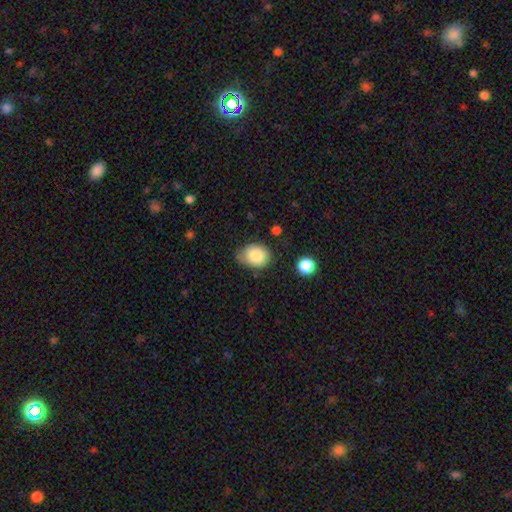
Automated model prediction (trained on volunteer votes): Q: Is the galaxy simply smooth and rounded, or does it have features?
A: smooth — 83%.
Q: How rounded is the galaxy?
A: in between — 51%.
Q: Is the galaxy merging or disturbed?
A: none — 61%.